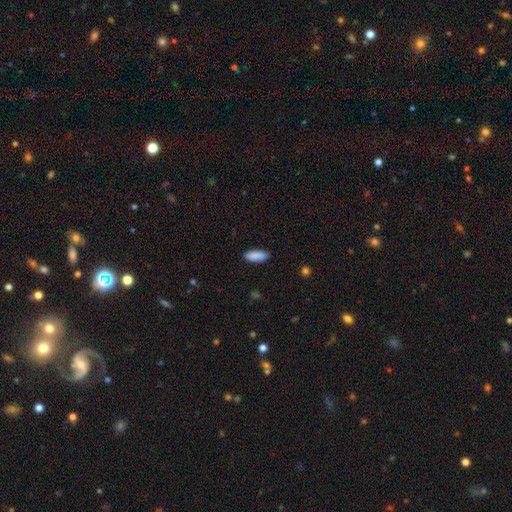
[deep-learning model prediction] The model was most divided on "how rounded": in between: 74%, cigar-shaped: 24%, round: 2%. More confident: smooth or featured — smooth (90%); merging — none (88%).